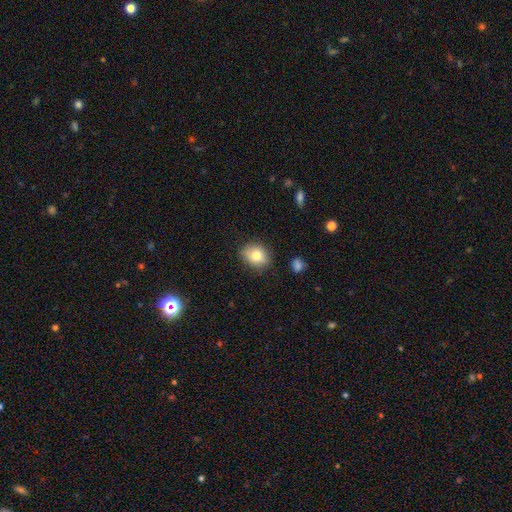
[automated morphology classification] This appears to be a smooth galaxy with no disk features (78%) that is in between round and cigar-shaped (54%). Merging: none (81%).